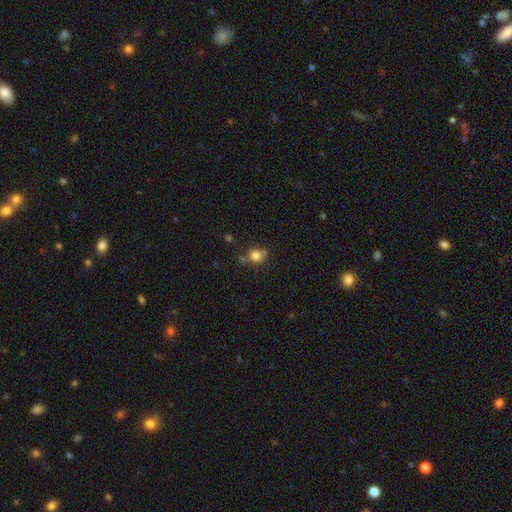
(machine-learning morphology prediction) A smooth galaxy with no disk features (80%) that is round (80%).

Vote fractions:
- Smooth or featured? smooth: 80% / star or artifact: 12% / featured or disk: 8%
- How rounded? round: 80% / in between: 19% / cigar-shaped: 1%
- Merging? none: 62% / minor disturbance: 17% / merger: 16% / major disturbance: 5%